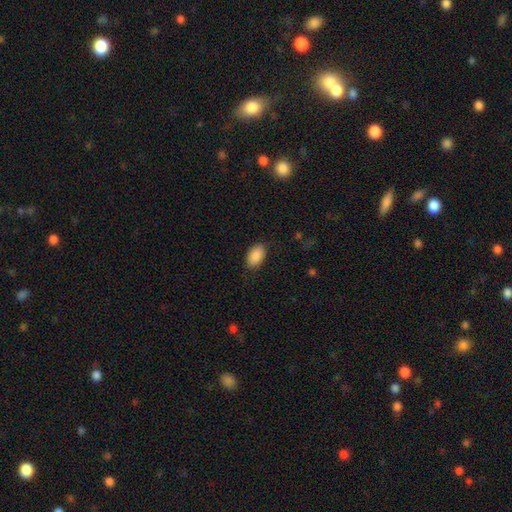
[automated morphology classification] The model was most divided on "merging": none: 82%, minor disturbance: 14%, major disturbance: 3%, merger: 1%. More confident: how rounded — in between (92%); smooth or featured — smooth (89%).